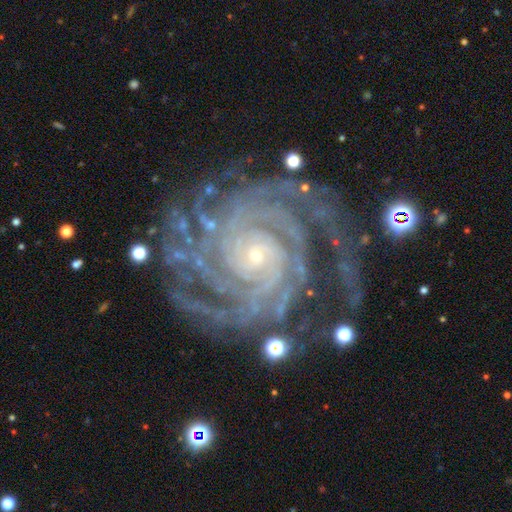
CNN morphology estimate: type=featured or disk (92%); edge-on=no (98%); bar=no (72%); spiral arms=yes (99%); winding=tight (83%); arm count=more than 4 (25%); bulge=small (85%); merging=none (72%).